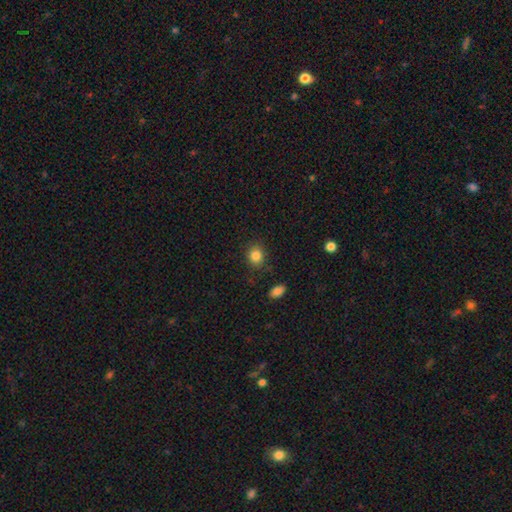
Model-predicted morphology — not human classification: type=smooth (85%); roundness=round (68%); merging=none (84%).